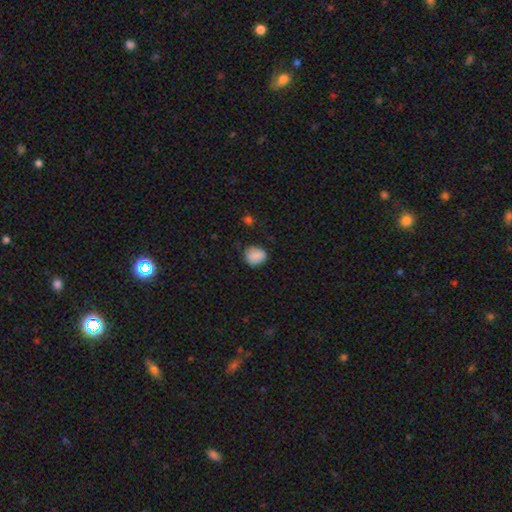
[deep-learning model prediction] smooth-or-featured: smooth: 86% | star or artifact: 8% | featured or disk: 5%
  how-rounded: round: 61% | in between: 38% | cigar-shaped: 1%
  merging: none: 74% | minor disturbance: 21% | major disturbance: 4% | merger: 1%